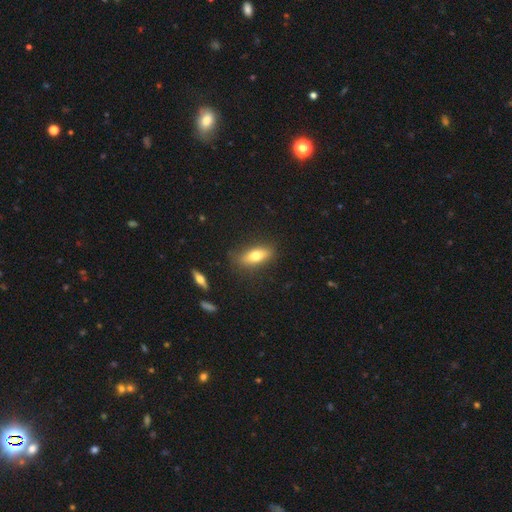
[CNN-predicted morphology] Smooth or featured?
  - smooth: 70% *
  - featured or disk: 22%
  - star or artifact: 7%
How rounded?
  - in between: 71% *
  - cigar-shaped: 25%
  - round: 4%
Merging?
  - none: 81% *
  - minor disturbance: 14%
  - major disturbance: 4%
  - merger: 2%